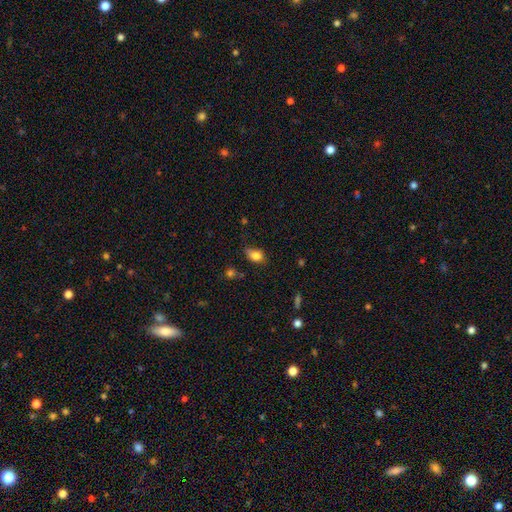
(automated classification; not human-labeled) A smooth galaxy with no disk features (83%) that is in between round and cigar-shaped (78%).

Vote fractions:
- Smooth or featured? smooth: 83% / star or artifact: 9% / featured or disk: 8%
- How rounded? in between: 78% / round: 20% / cigar-shaped: 2%
- Merging? none: 55% / minor disturbance: 33% / major disturbance: 9% / merger: 3%